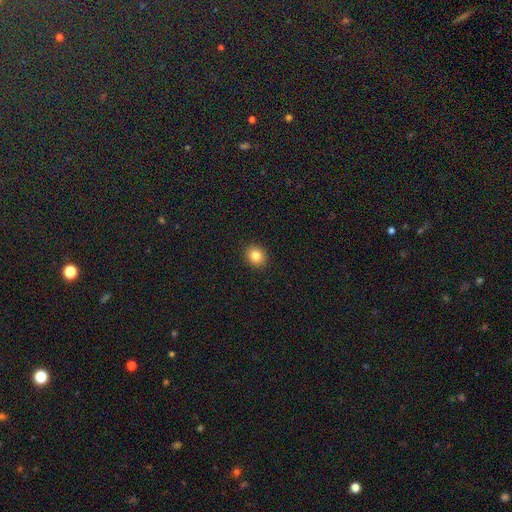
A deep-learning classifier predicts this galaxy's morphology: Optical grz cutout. It shows a smooth galaxy with no disk features (84%) that is round (63%). Merging: none (92%).